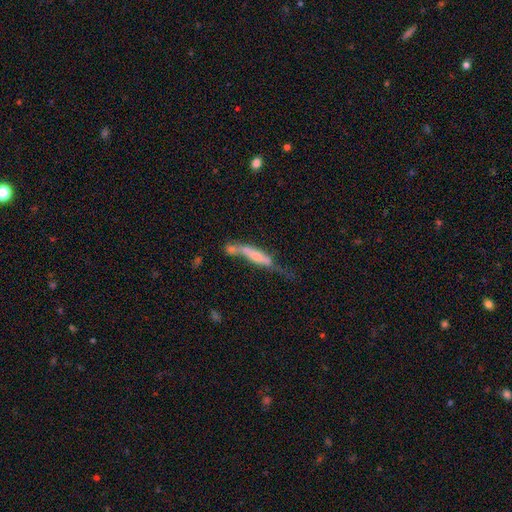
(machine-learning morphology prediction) smooth-or-featured: featured or disk: 48% | smooth: 45% | star or artifact: 7%
  merging: merger: 36% | none: 25% | major disturbance: 20% | minor disturbance: 19%